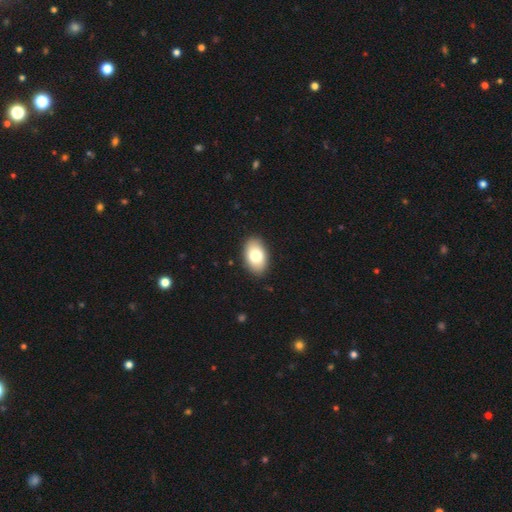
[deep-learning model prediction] Morphology: type=smooth (80%); roundness=in between (91%); merging=none (88%).